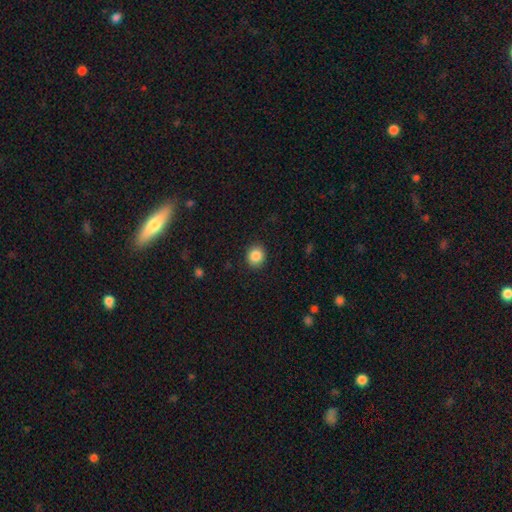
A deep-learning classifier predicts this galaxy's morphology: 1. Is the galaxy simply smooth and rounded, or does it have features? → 87% smooth, 9% star or artifact, 4% featured or disk.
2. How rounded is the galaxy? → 80% round, 19% in between, 1% cigar-shaped.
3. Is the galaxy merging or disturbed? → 90% none, 7% minor disturbance, 2% major disturbance, 1% merger.